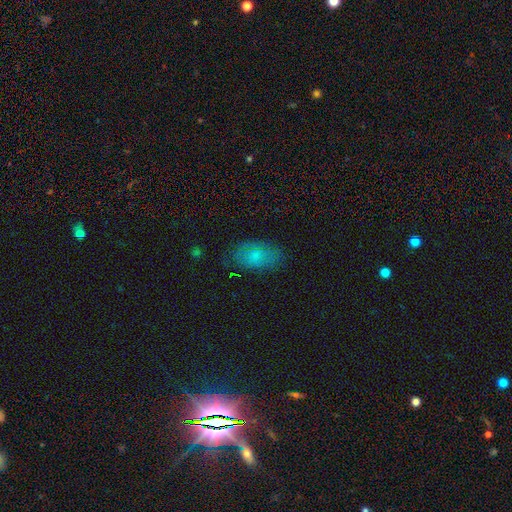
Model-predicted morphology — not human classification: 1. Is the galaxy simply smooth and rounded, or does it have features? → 70% smooth, 19% featured or disk, 10% star or artifact.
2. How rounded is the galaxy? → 92% in between, 6% round, 3% cigar-shaped.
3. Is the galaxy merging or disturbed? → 75% none, 19% minor disturbance, 5% major disturbance, 1% merger.